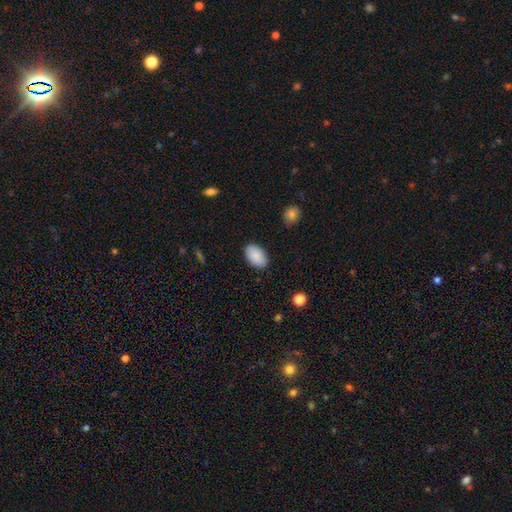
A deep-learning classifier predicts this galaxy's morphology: This is clearly a smooth galaxy (88%). How rounded: clearly in between (94%). Merging: clearly none (87%).